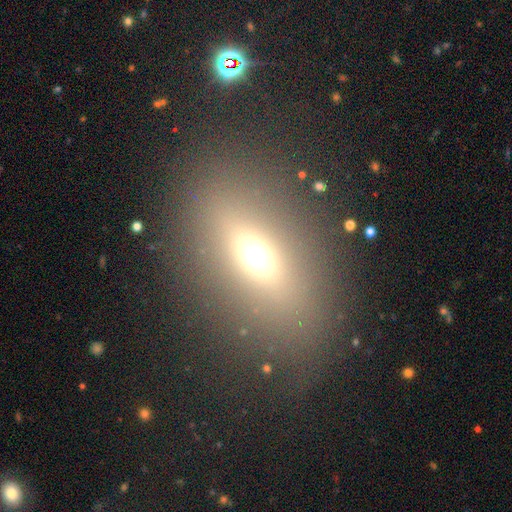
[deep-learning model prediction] This is possibly a smooth galaxy (56%). How rounded: likely in between (72%). Merging: likely none (78%).